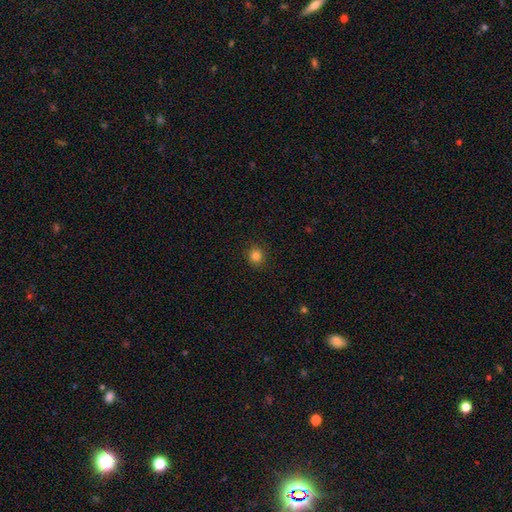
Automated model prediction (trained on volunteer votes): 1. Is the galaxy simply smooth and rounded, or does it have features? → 84% smooth, 12% star or artifact, 4% featured or disk.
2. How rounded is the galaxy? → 89% round, 10% in between, 1% cigar-shaped.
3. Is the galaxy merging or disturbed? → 91% none, 6% minor disturbance, 2% major disturbance, 1% merger.